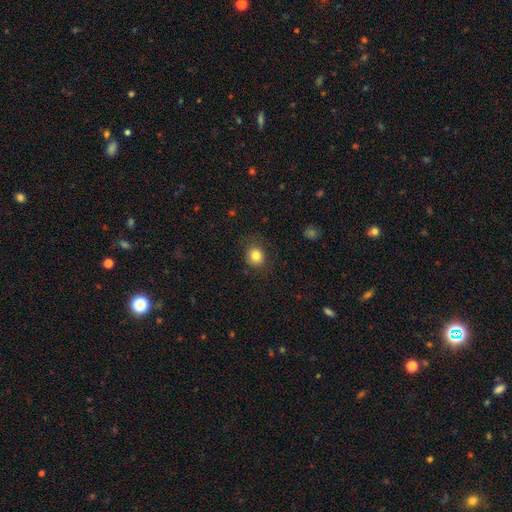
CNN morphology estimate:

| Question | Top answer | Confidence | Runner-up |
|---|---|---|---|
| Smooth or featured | smooth | 82% | star or artifact (11%) |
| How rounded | round | 74% | in between (25%) |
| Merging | none | 80% | minor disturbance (14%) |